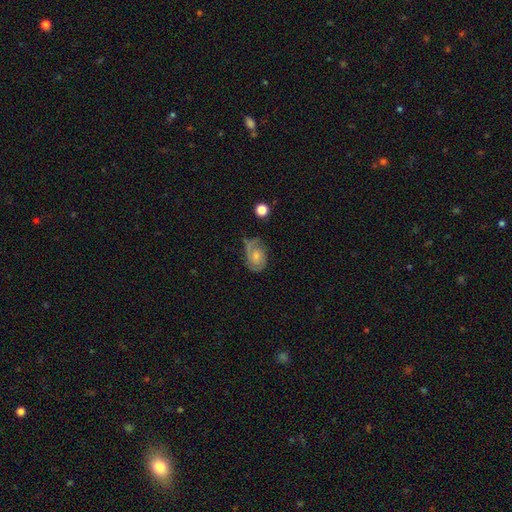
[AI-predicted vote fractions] A featured or disk galaxy (68%) with no bar (65%), 2 (63%) medium (42%) spiral arms (92%) and a small central bulge (49%). Merging: none (58%).